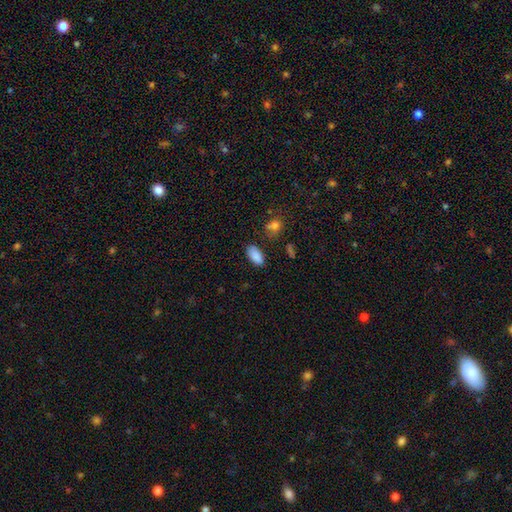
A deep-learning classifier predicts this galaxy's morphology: smooth 87%, star or artifact 8%, featured or disk 5%. Down the decision tree: how rounded — in between (93%); merging — none (79%).